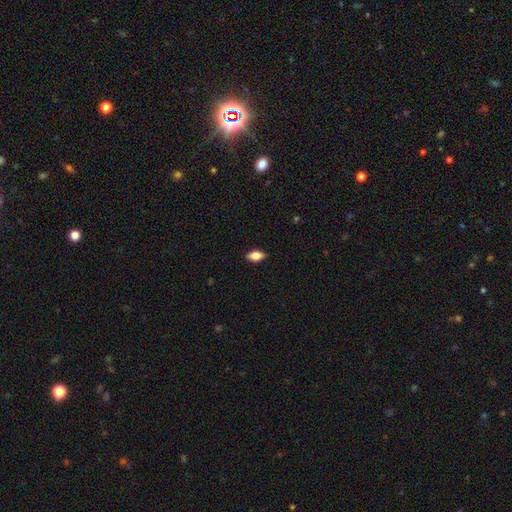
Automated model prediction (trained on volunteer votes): Smooth or featured? Predicted: smooth (p=0.73). How rounded? Predicted: in between (p=0.88). Merging? Predicted: none (p=0.87).